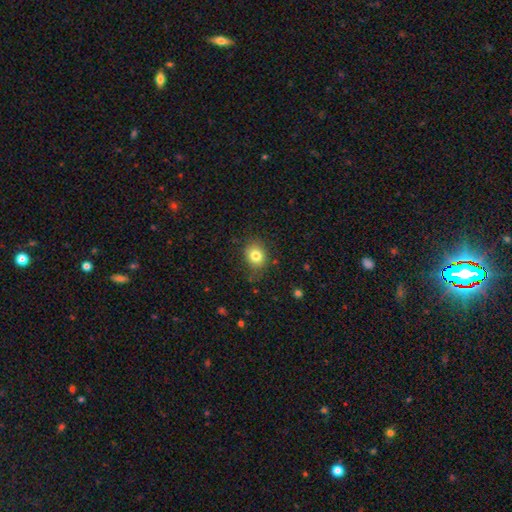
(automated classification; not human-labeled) Overall: smooth (81%). How rounded: round (62%; in between 37%). Merging: none (78%).